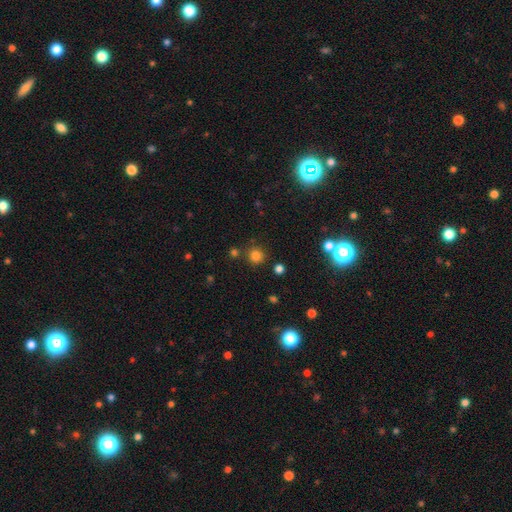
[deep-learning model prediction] Smooth or featured: smooth — 78% (star or artifact — 17%)
How rounded: round — 94% (in between — 5%)
Merging: none — 83% (minor disturbance — 8%)